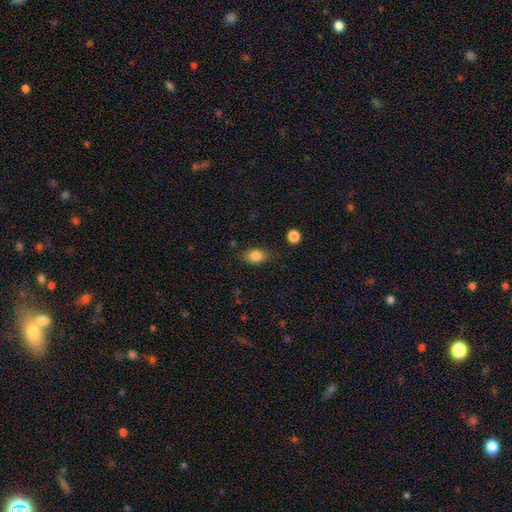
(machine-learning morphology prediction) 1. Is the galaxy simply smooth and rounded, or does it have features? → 83% smooth, 9% star or artifact, 8% featured or disk.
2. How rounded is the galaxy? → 81% in between, 16% round, 3% cigar-shaped.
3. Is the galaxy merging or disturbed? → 79% none, 16% minor disturbance, 4% major disturbance, 2% merger.